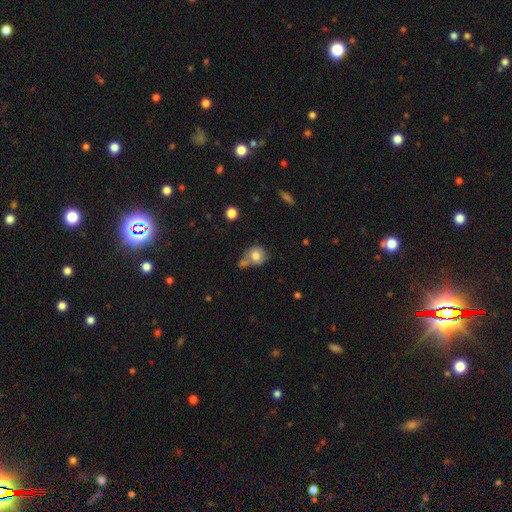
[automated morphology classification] Smooth or featured: smooth — 78% (featured or disk — 12%)
How rounded: round — 75% (in between — 24%)
Merging: none — 44% (merger — 34%)